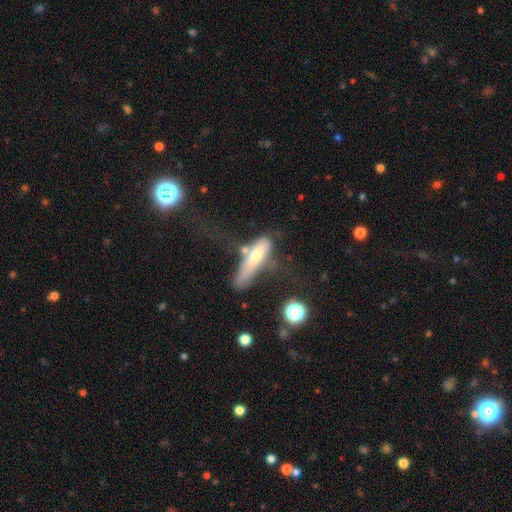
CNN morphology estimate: type=smooth (58%); roundness=cigar-shaped (66%); merging=major disturbance (33%).